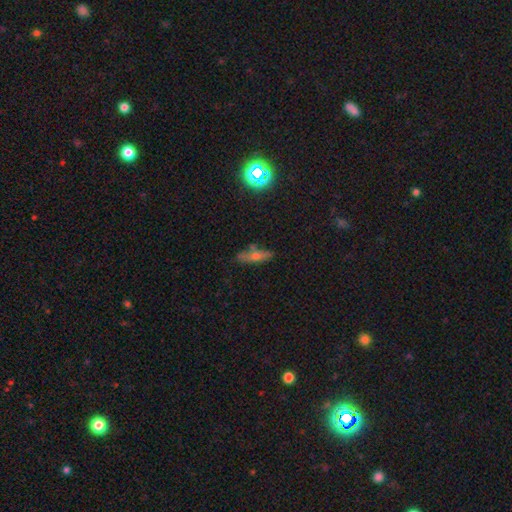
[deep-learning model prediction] This is possibly a smooth galaxy (48%). Merging: likely none (76%).